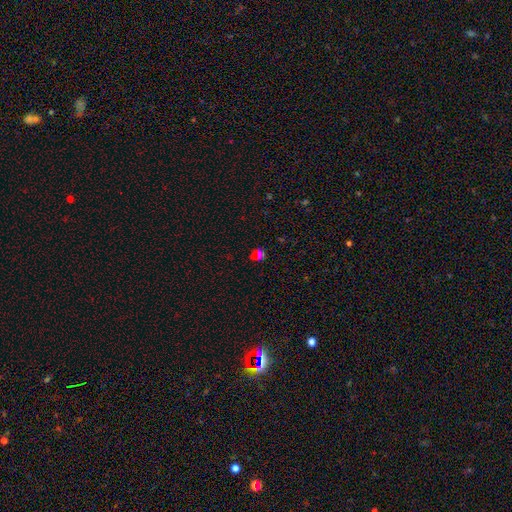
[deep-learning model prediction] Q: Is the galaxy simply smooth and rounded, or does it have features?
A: star or artifact — 47%.